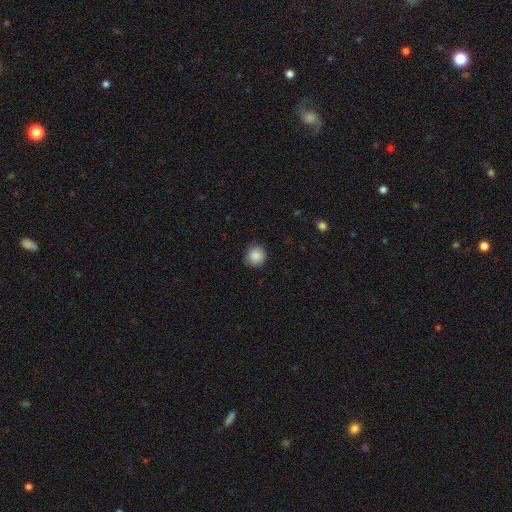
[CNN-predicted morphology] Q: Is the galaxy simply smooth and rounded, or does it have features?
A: smooth — 88%.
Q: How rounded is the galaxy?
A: round — 92%.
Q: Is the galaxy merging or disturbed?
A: none — 86%.